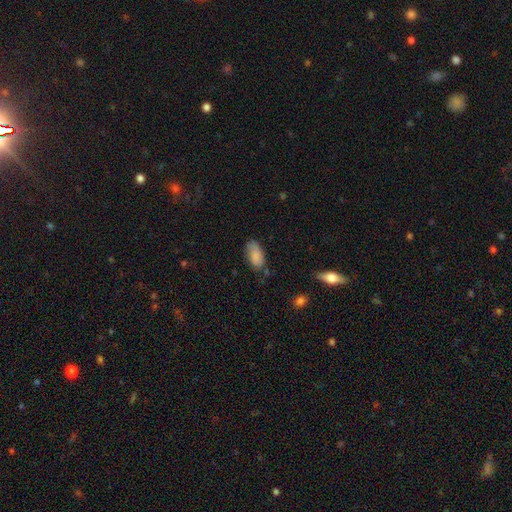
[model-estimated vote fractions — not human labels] A smooth galaxy with no disk features (84%) that is in between round and cigar-shaped (93%).

Vote fractions:
- Smooth or featured? smooth: 84% / featured or disk: 8% / star or artifact: 7%
- How rounded? in between: 93% / cigar-shaped: 3% / round: 3%
- Merging? none: 66% / minor disturbance: 26% / major disturbance: 6% / merger: 2%